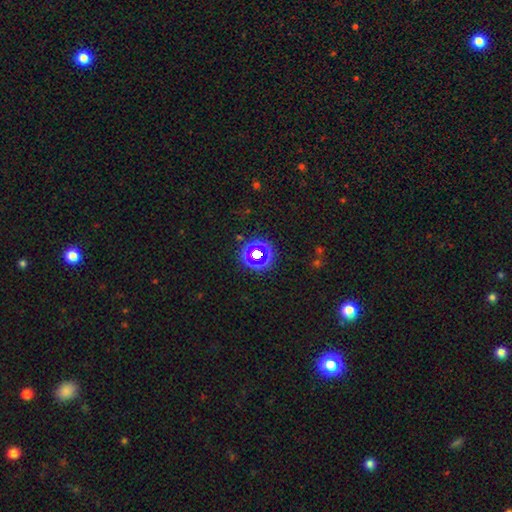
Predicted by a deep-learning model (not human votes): Smooth or featured: star or artifact — 55% (smooth — 31%)